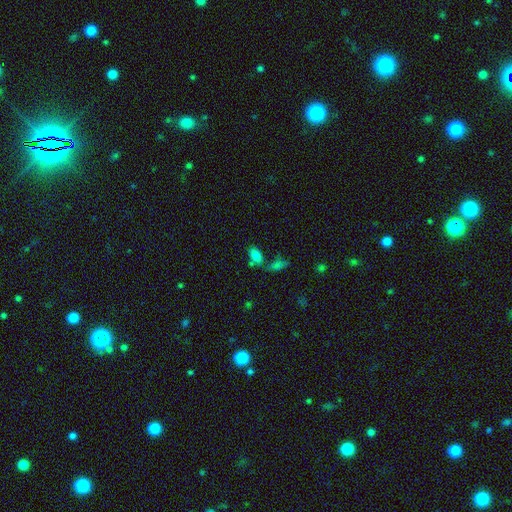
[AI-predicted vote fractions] Smooth or featured: smooth — 80% (star or artifact — 12%)
How rounded: in between — 91% (round — 5%)
Merging: none — 56% (merger — 25%)